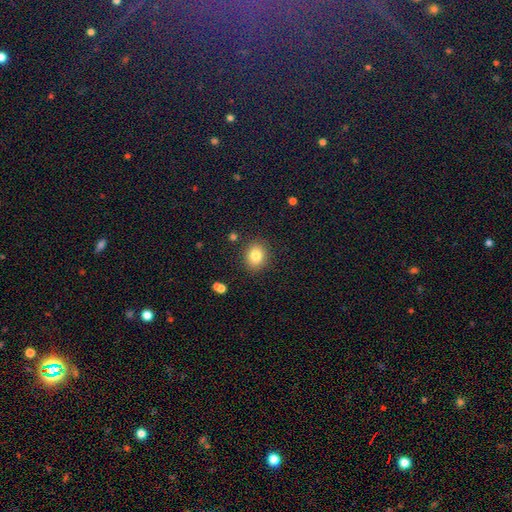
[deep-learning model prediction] smooth-or-featured: smooth: 82% | star or artifact: 10% | featured or disk: 8%
  how-rounded: round: 65% | in between: 34% | cigar-shaped: 1%
  merging: none: 87% | minor disturbance: 8% | major disturbance: 2% | merger: 2%